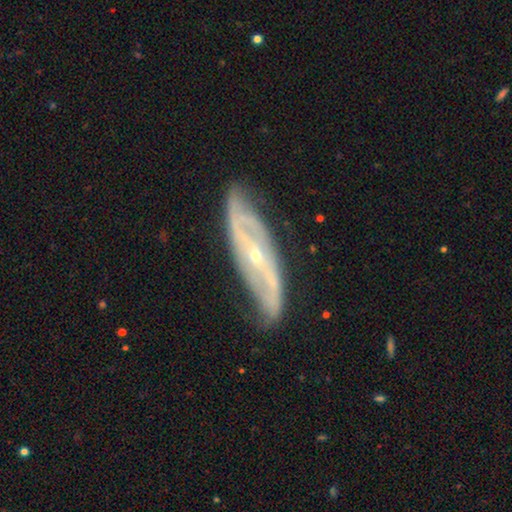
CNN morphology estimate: A featured or disk galaxy (85%) with no bar (47%), 2 (65%) medium (41%) spiral arms (93%) and a small central bulge (73%). Merging: none (76%).